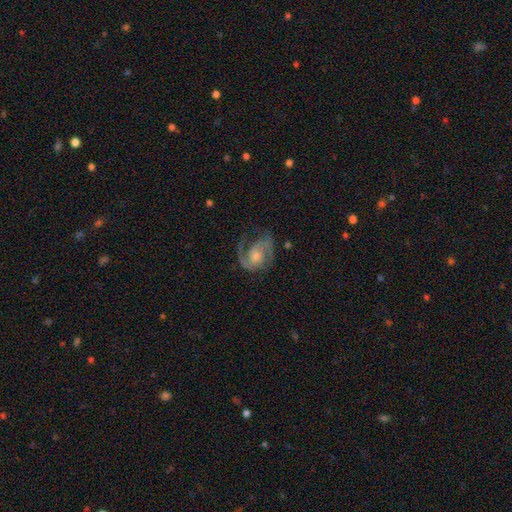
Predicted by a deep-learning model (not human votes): Morphology: type=featured or disk (85%); edge-on=no (98%); bar=no (62%); spiral arms=yes (96%); winding=medium (53%); arm count=2 (77%); bulge=moderate (49%); merging=none (64%).